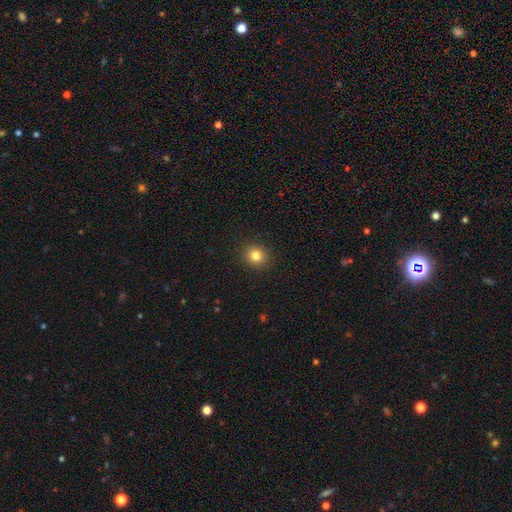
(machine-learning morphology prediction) This appears to be a smooth galaxy with no disk features (82%) that is round (86%). Merging: none (91%).